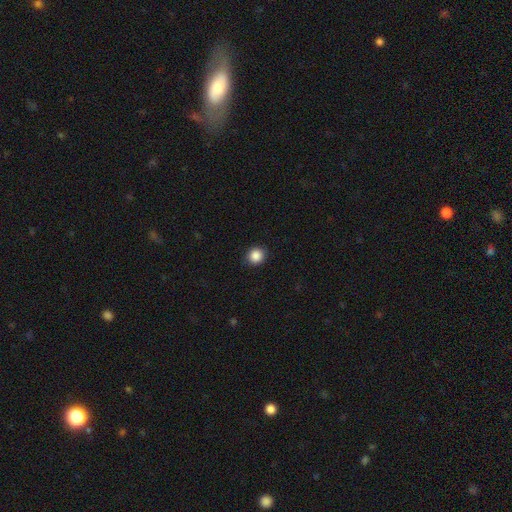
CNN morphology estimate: Smooth or featured?
  - smooth: 87% *
  - star or artifact: 10%
  - featured or disk: 3%
How rounded?
  - round: 87% *
  - in between: 12%
  - cigar-shaped: 1%
Merging?
  - none: 90% *
  - minor disturbance: 7%
  - major disturbance: 2%
  - merger: 1%